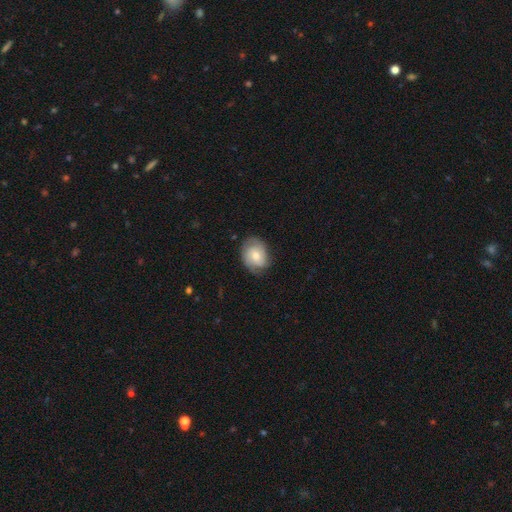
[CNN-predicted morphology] Smooth or featured? Predicted: featured or disk (p=0.48). Merging? Predicted: none (p=0.70).